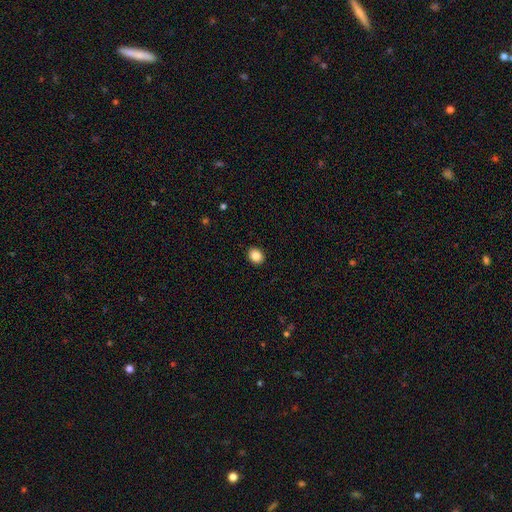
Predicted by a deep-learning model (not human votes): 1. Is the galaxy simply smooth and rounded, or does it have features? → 86% smooth, 9% star or artifact, 5% featured or disk.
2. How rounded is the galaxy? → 57% round, 43% in between, 1% cigar-shaped.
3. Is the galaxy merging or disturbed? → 91% none, 6% minor disturbance, 2% major disturbance, 1% merger.